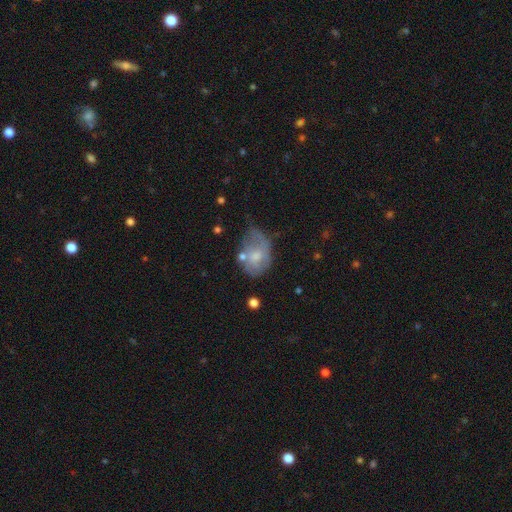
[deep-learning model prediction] A smooth galaxy with no disk features (49%).

Vote fractions:
- Smooth or featured? smooth: 49% / featured or disk: 44% / star or artifact: 8%
- Merging? minor disturbance: 37% / none: 30% / major disturbance: 24% / merger: 9%